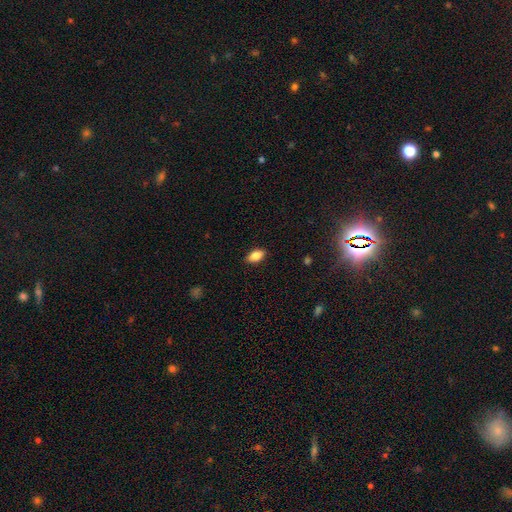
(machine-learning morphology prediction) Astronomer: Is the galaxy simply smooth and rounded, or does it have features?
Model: smooth — 85%.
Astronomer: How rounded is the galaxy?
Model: in between — 90%.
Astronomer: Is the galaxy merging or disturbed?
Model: none — 88%.